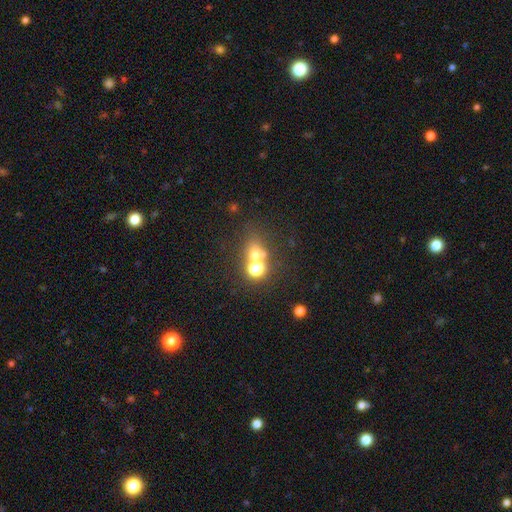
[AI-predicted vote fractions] Smooth or featured: smooth — 60% (star or artifact — 23%)
How rounded: round — 72% (in between — 26%)
Merging: merger — 46% (none — 42%)